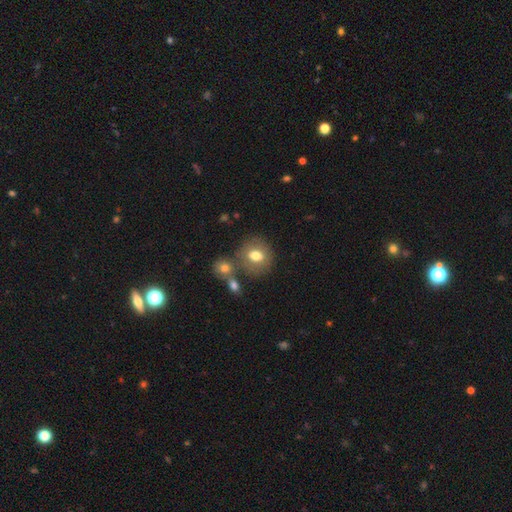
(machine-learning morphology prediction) This appears to be a smooth galaxy with no disk features (72%) that is round (72%). Merging: none (63%).